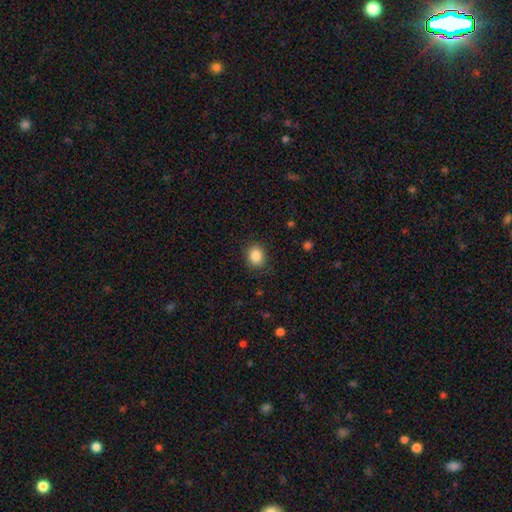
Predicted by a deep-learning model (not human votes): Smooth or featured? Predicted: smooth (p=0.86). How rounded? Predicted: round (p=0.66). Merging? Predicted: none (p=0.86).